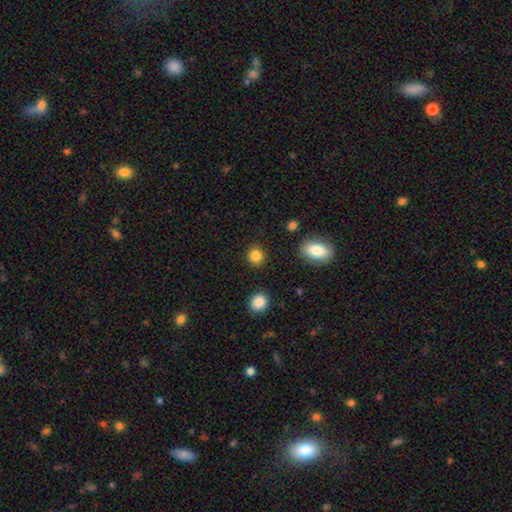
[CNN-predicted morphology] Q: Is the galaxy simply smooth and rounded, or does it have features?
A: smooth — 85%.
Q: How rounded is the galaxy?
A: round — 86%.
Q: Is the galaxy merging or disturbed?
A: none — 89%.